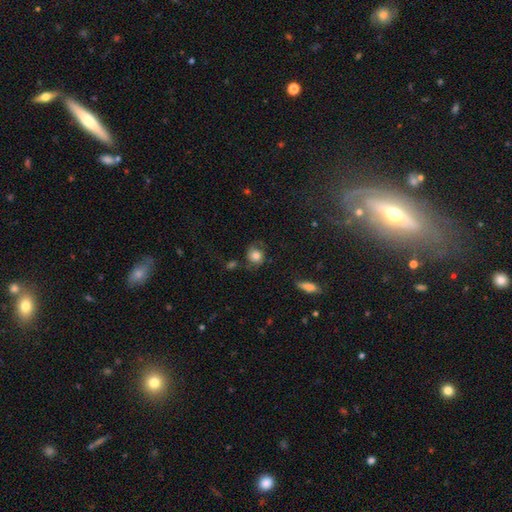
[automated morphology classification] Smooth or featured?
  - smooth: 67% *
  - featured or disk: 24%
  - star or artifact: 9%
How rounded?
  - round: 70% *
  - in between: 28%
  - cigar-shaped: 1%
Merging?
  - none: 59% *
  - minor disturbance: 24%
  - major disturbance: 13%
  - merger: 4%